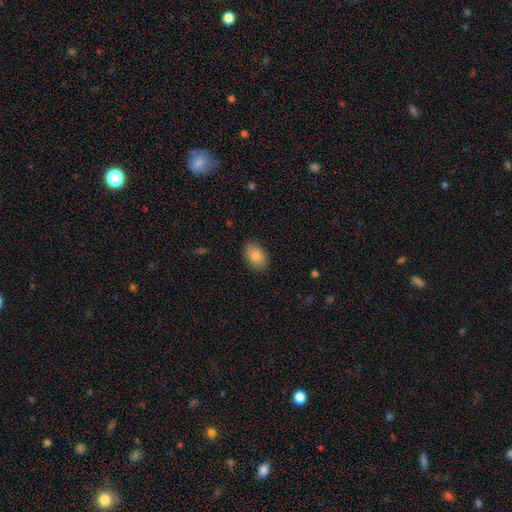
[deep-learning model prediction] Q: Smooth or featured?
A: smooth (84%); runner-up: featured or disk (9%)
Q: How rounded?
A: in between (86%); runner-up: round (13%)
Q: Merging?
A: none (85%); runner-up: minor disturbance (12%)